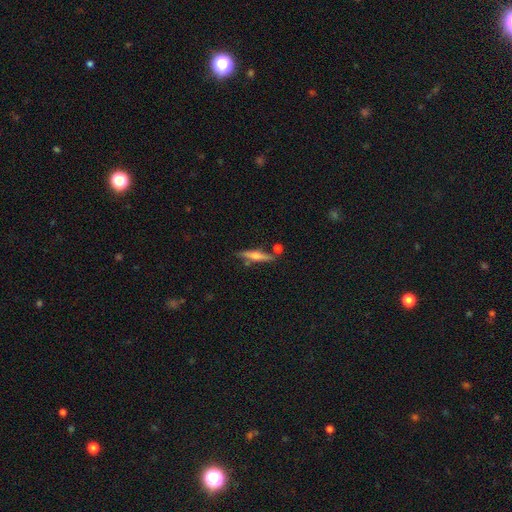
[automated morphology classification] Smooth or featured?
  - featured or disk: 51% *
  - smooth: 42%
  - star or artifact: 7%
Edge-on disk?
  - yes: 95% *
  - no: 5%
Merging?
  - none: 74% *
  - minor disturbance: 13%
  - merger: 9%
  - major disturbance: 3%